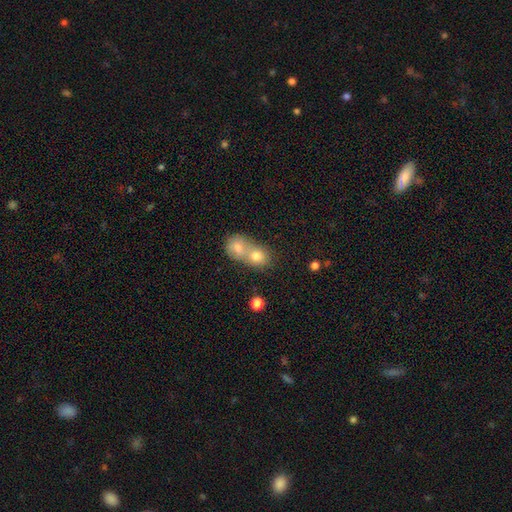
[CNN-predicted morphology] type=smooth (64%); roundness=round (72%); merging=merger (62%).